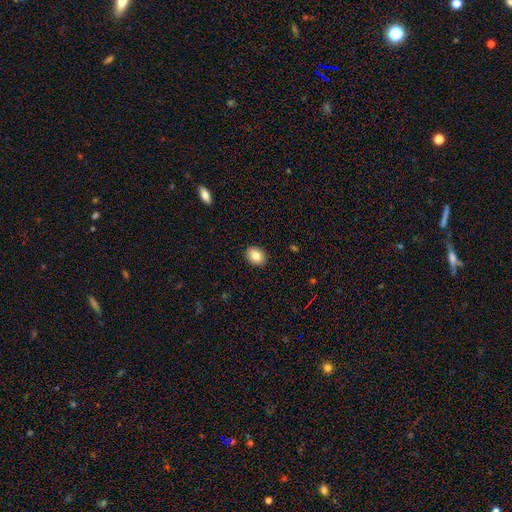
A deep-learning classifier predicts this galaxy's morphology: This appears to be a smooth galaxy with no disk features (83%) that is in between round and cigar-shaped (66%). Merging: none (91%).